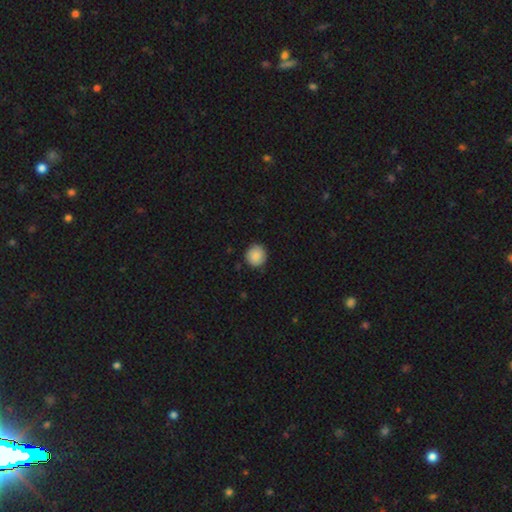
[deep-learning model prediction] A smooth galaxy with no disk features (88%) that is round (93%). Merging: none (89%).